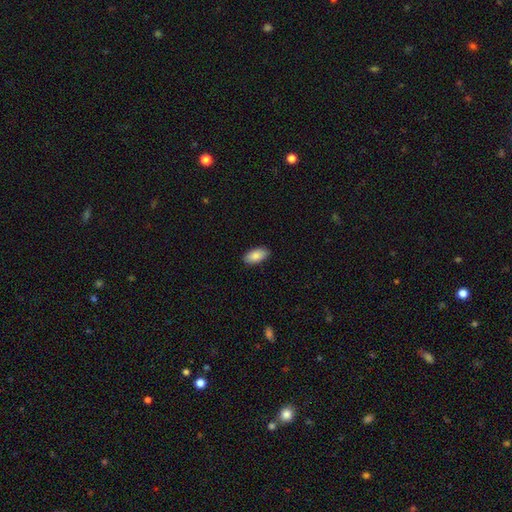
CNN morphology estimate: type=smooth (88%); roundness=in between (93%); merging=none (89%).